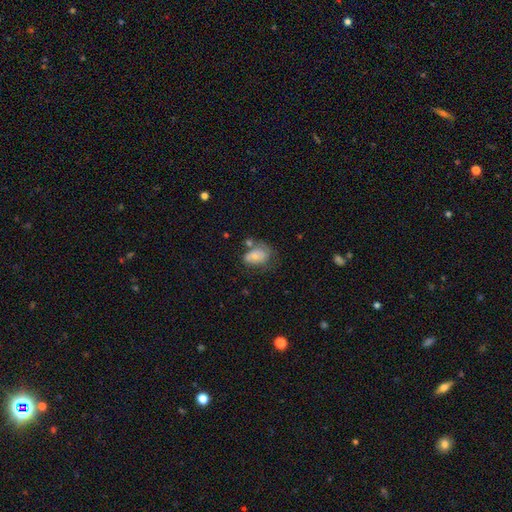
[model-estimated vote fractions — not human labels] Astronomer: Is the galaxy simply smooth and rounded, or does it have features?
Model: smooth — 67%.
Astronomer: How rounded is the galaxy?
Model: in between — 81%.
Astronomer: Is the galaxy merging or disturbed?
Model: none — 39% (runner-up: minor disturbance, 29%).